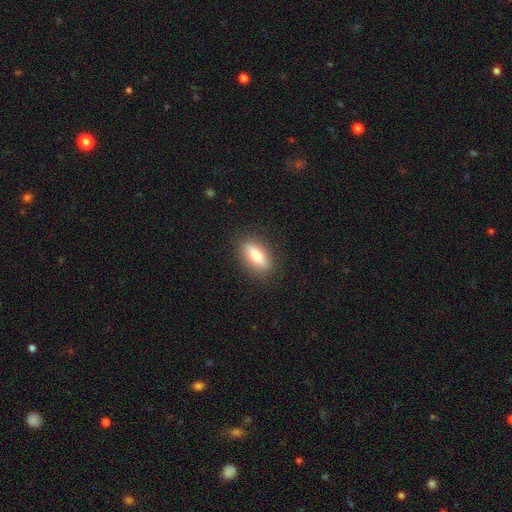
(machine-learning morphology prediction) Smooth or featured? Predicted: smooth (p=0.67). How rounded? Predicted: in between (p=0.72). Merging? Predicted: none (p=0.87).